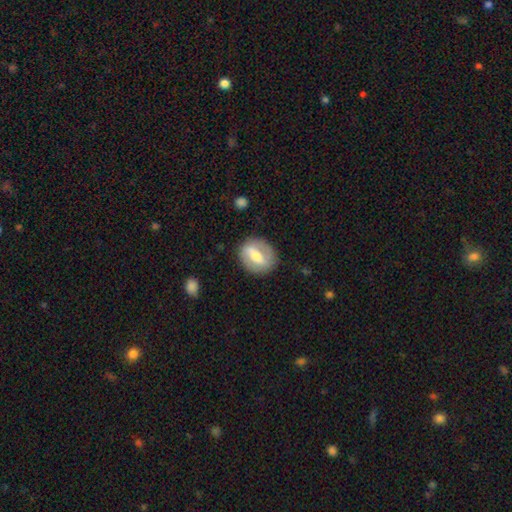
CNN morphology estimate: Smooth or featured? featured or disk (60%)
Edge-on disk? no (92%)
Bar? strong (59%)
Spiral arms? no (51%)
Bulge size? moderate (61%)
Merging? none (83%)